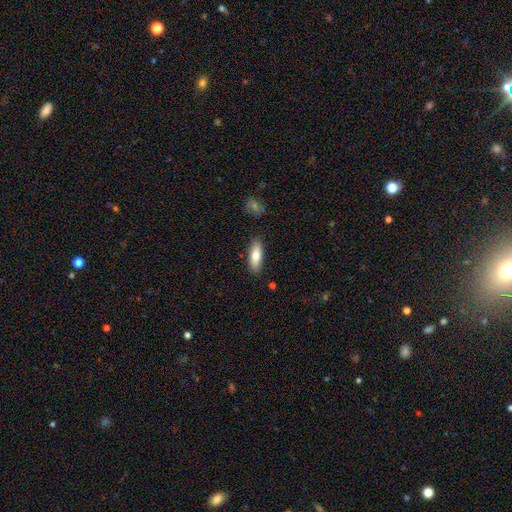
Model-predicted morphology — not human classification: This appears to be a smooth galaxy with no disk features (78%) that is in between round and cigar-shaped (63%). Merging: none (85%).